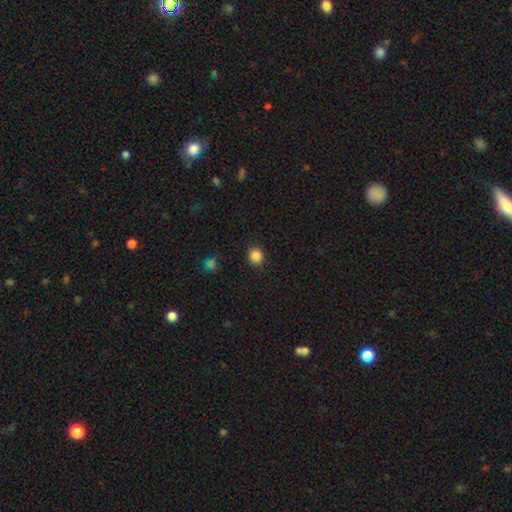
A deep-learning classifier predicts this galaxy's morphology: Smooth or featured: smooth — 86% (star or artifact — 11%)
How rounded: round — 81% (in between — 19%)
Merging: none — 90% (minor disturbance — 6%)